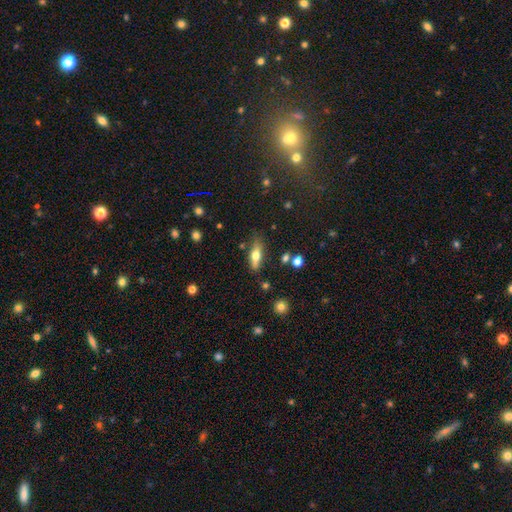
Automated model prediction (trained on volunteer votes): Overall: smooth (56%; featured or disk 37%). How rounded: in between (57%; cigar-shaped 39%). Merging: none (74%).